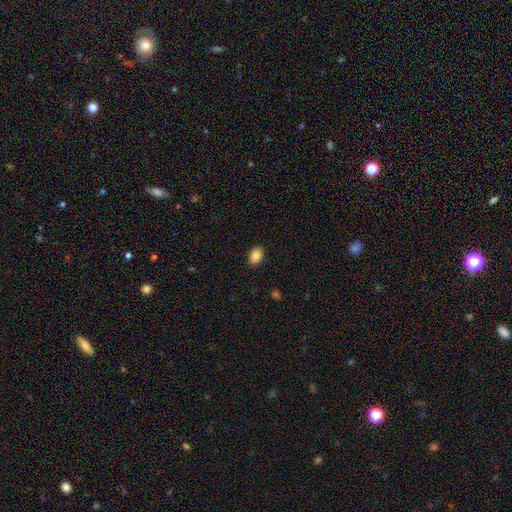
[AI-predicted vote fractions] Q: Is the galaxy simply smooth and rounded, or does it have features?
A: smooth — 86%.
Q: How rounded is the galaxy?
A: in between — 86%.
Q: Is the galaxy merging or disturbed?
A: none — 89%.